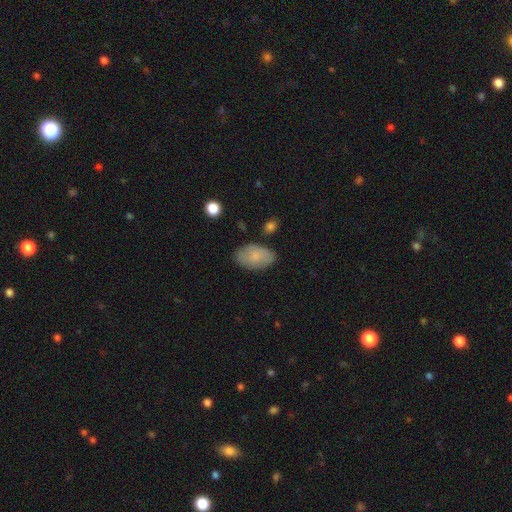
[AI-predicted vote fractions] This is likely a smooth galaxy (78%). How rounded: clearly in between (93%). Merging: likely none (79%).